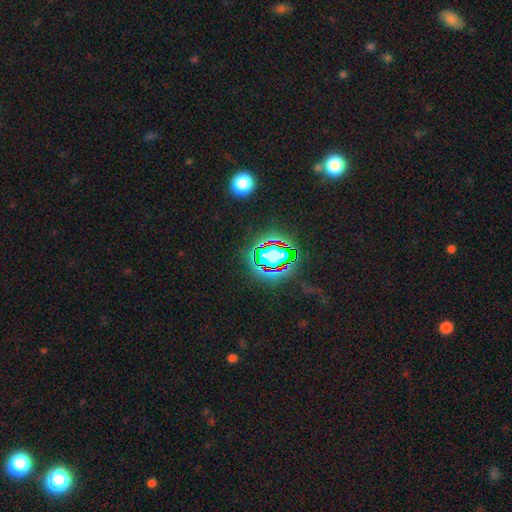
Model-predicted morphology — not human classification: smooth_or_featured: star or artifact (p=0.81) [alt: smooth p=0.12]